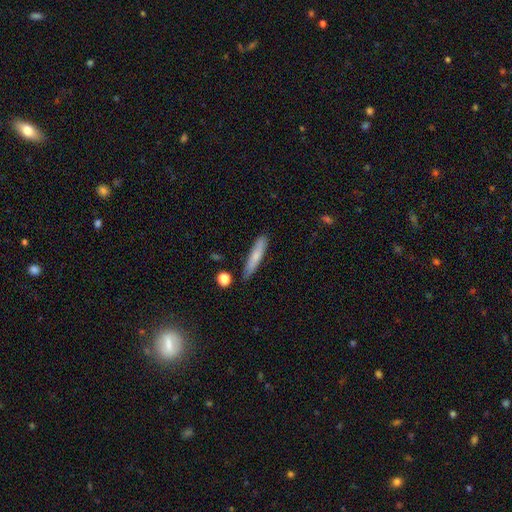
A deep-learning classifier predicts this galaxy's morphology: Q: Smooth or featured?
A: smooth (71%); runner-up: featured or disk (23%)
Q: How rounded?
A: cigar-shaped (88%); runner-up: in between (10%)
Q: Merging?
A: none (80%); runner-up: minor disturbance (14%)